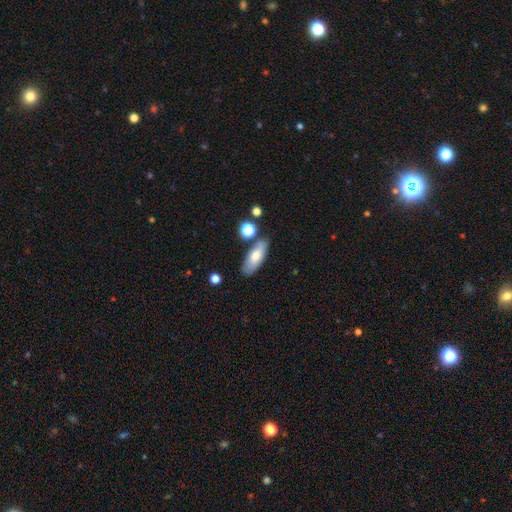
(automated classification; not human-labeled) smooth_or_featured: smooth (p=0.72) [alt: featured or disk p=0.21]
how_rounded: in between (p=0.71) [alt: cigar-shaped p=0.27]
merging: none (p=0.75) [alt: minor disturbance p=0.14]